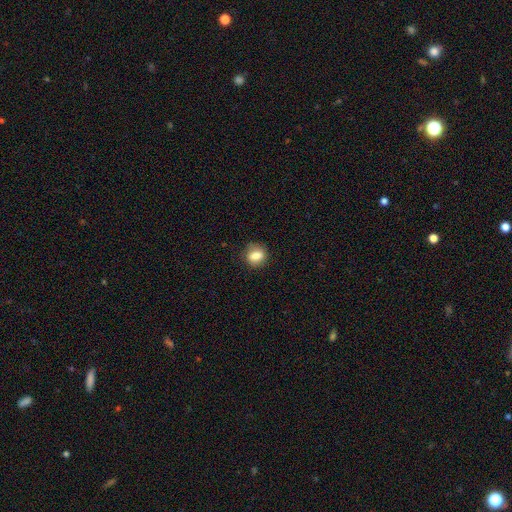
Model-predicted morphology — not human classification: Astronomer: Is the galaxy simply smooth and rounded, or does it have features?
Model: smooth — 82%.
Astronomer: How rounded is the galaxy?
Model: round — 59% (runner-up: in between, 40%).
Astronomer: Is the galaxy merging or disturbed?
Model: none — 79%.